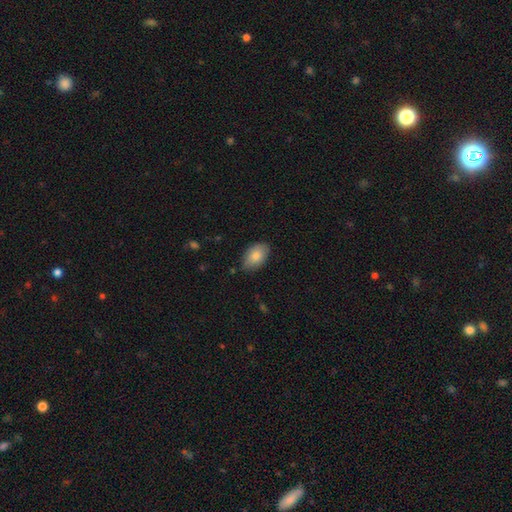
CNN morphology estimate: Smooth or featured? smooth (82%)
How rounded? in between (91%)
Merging? none (79%)